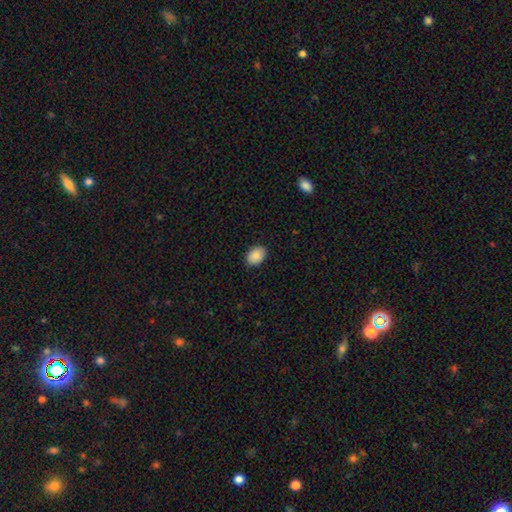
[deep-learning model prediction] Overall: smooth (87%). How rounded: in between (75%). Merging: none (88%).